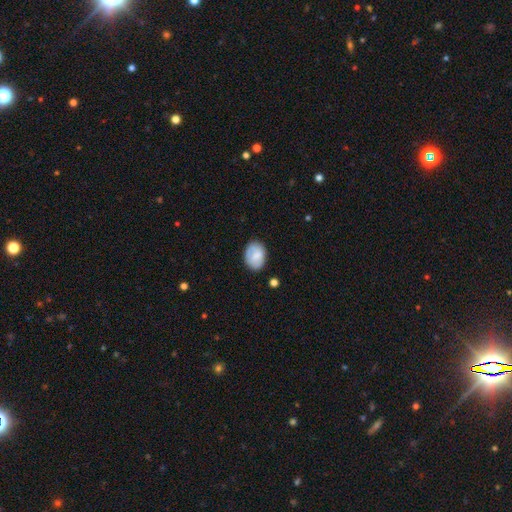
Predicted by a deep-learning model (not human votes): smooth_or_featured: smooth (p=0.71) [alt: featured or disk p=0.21]
how_rounded: in between (p=0.74) [alt: round p=0.25]
merging: none (p=0.76) [alt: minor disturbance p=0.18]